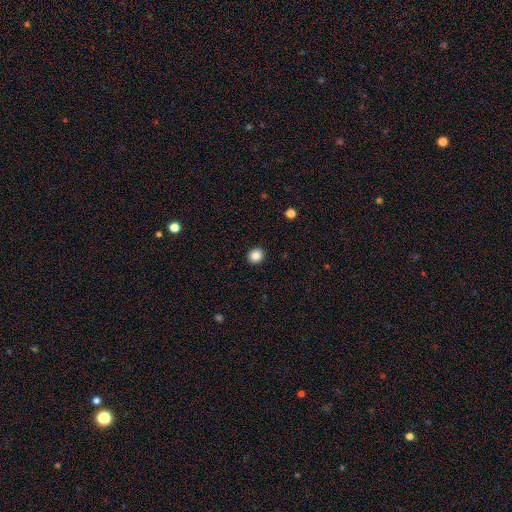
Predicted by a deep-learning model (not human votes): Smooth or featured: smooth — 85% (star or artifact — 10%)
How rounded: round — 85% (in between — 14%)
Merging: none — 92% (minor disturbance — 5%)